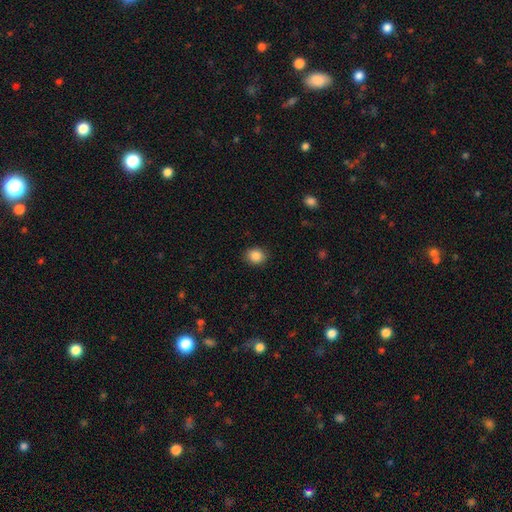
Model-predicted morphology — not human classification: Overall: smooth (87%). How rounded: round (68%; in between 31%). Merging: none (89%).